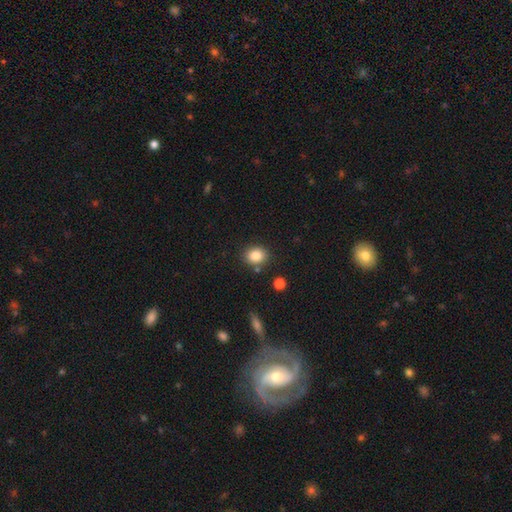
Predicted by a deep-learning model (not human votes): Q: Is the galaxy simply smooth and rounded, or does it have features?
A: smooth — 84%.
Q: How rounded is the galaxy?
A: round — 58%.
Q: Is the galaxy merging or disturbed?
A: none — 82%.